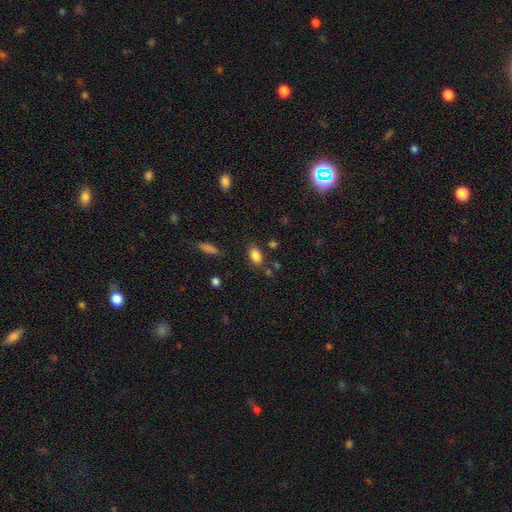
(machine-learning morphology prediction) Smooth or featured: smooth — 84% (star or artifact — 10%)
How rounded: in between — 87% (round — 10%)
Merging: none — 77% (minor disturbance — 14%)